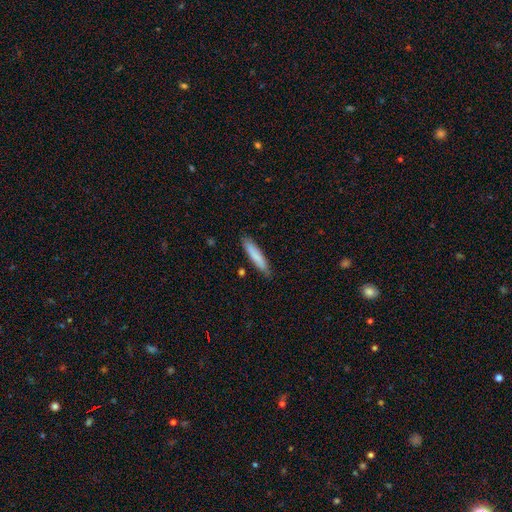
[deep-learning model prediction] A smooth galaxy with no disk features (80%) that is cigar-shaped (87%). Merging: none (83%).